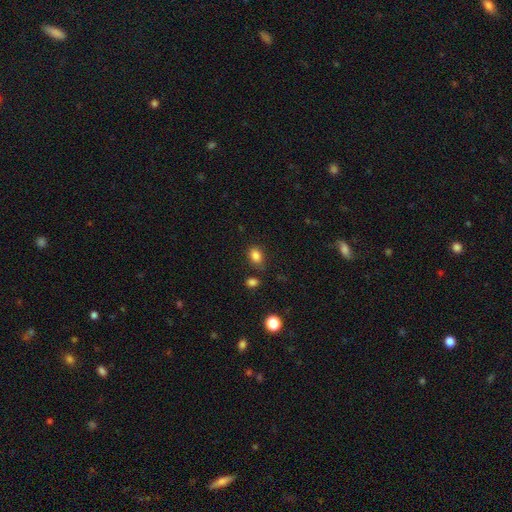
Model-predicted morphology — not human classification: Q: Smooth or featured?
A: smooth (84%); runner-up: star or artifact (11%)
Q: How rounded?
A: in between (74%); runner-up: round (25%)
Q: Merging?
A: none (73%); runner-up: minor disturbance (16%)